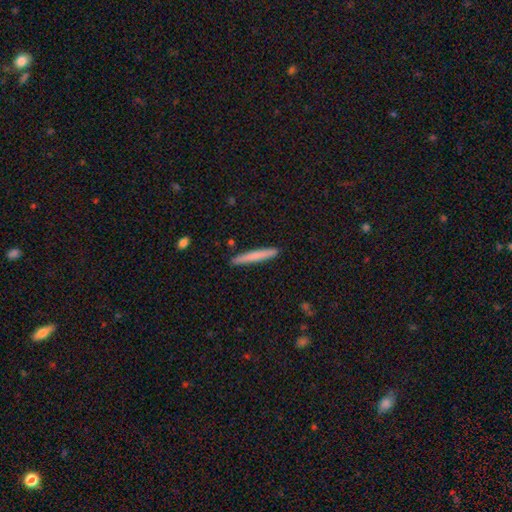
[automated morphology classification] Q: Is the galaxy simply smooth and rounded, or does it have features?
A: smooth — 73%.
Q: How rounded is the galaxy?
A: cigar-shaped — 96%.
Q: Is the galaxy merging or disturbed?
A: none — 90%.